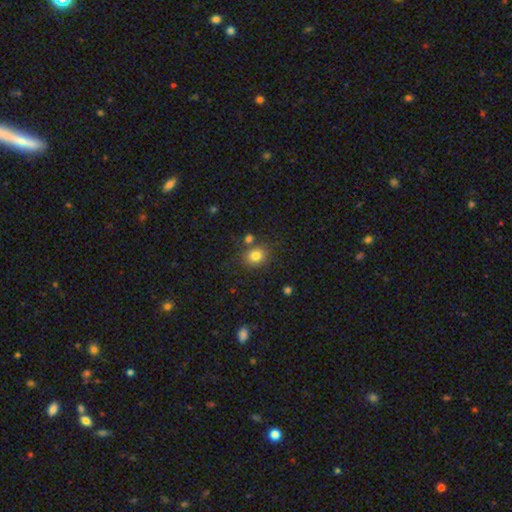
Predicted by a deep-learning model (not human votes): Smooth or featured? smooth (81%)
How rounded? round (73%)
Merging? none (73%)